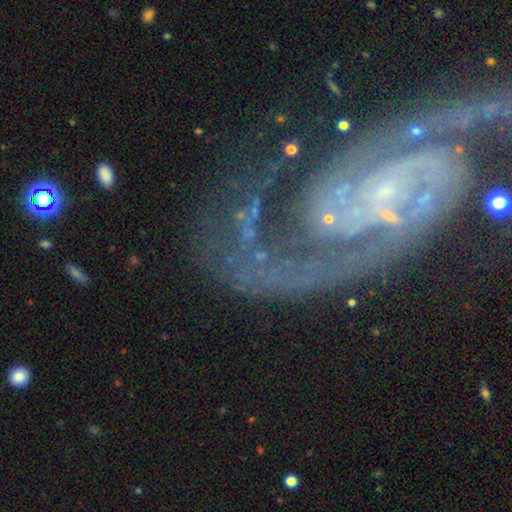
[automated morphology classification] Q: Smooth or featured?
A: featured or disk (43%); runner-up: star or artifact (38%)
Q: Merging?
A: none (44%); runner-up: major disturbance (25%)